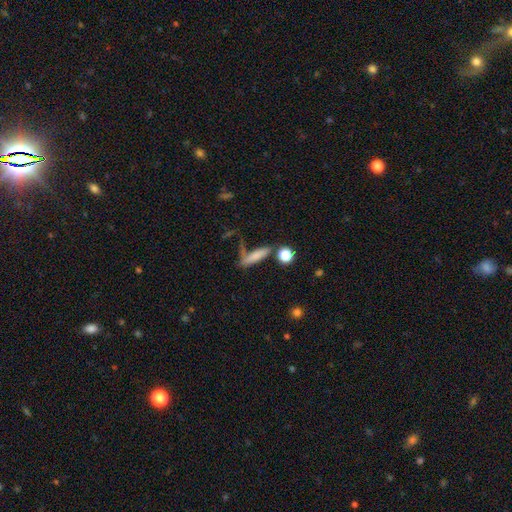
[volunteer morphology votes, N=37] Volunteers were most divided on "how rounded": cigar-shaped: 62%, in between: 38%, round: 0%. More confident: merging — none (79%); smooth or featured — smooth (78%).